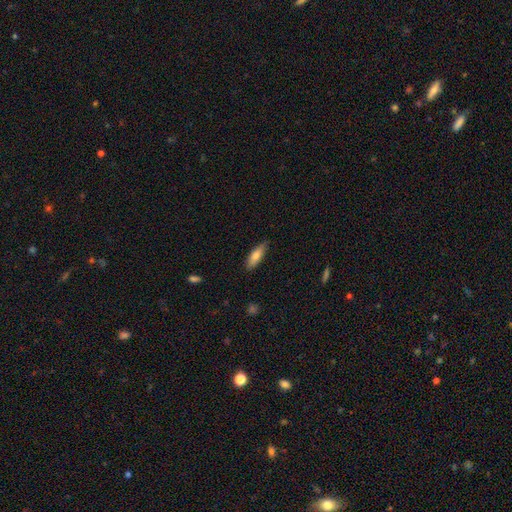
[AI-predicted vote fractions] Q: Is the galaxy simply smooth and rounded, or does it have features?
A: smooth — 73%.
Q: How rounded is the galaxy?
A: in between — 50%.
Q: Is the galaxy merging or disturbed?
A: none — 80%.